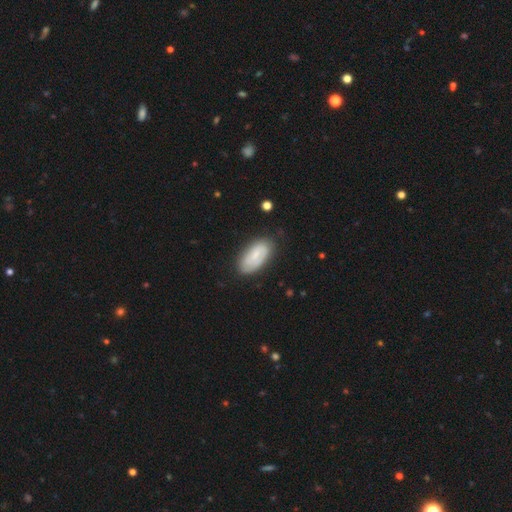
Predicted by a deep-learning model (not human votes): Smooth or featured? Predicted: smooth (p=0.54). How rounded? Predicted: in between (p=0.93). Merging? Predicted: none (p=0.76).